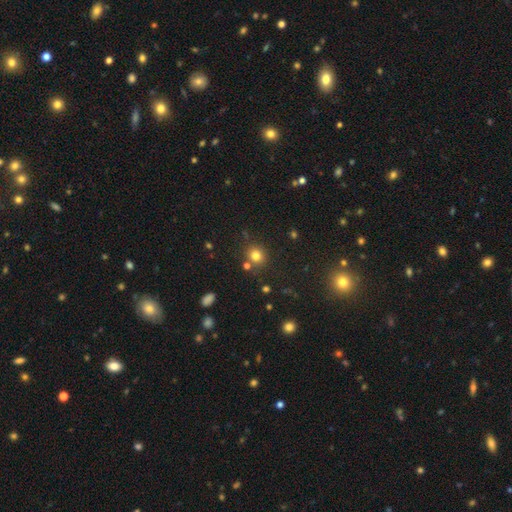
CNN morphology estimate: This appears to be a smooth galaxy with no disk features (77%) that is round (85%). Merging: none (79%).